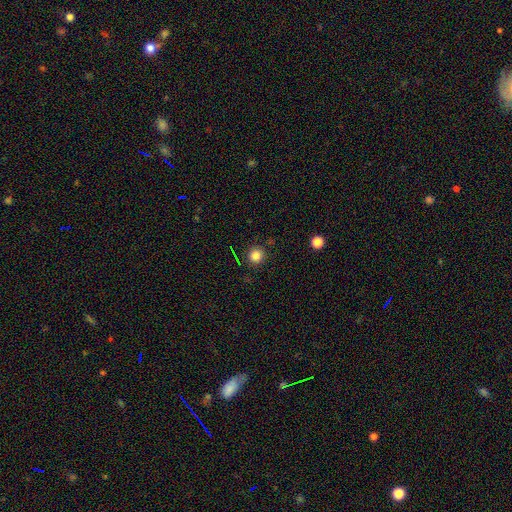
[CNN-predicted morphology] smooth 82%, star or artifact 13%, featured or disk 5%. Down the decision tree: how rounded — round (93%); merging — none (88%).